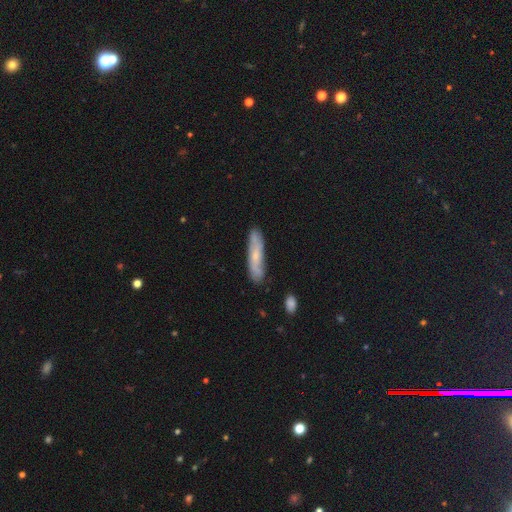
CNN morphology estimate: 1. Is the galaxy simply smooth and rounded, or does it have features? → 49% smooth, 44% featured or disk, 7% star or artifact.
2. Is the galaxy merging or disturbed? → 81% none, 14% minor disturbance, 3% major disturbance, 2% merger.